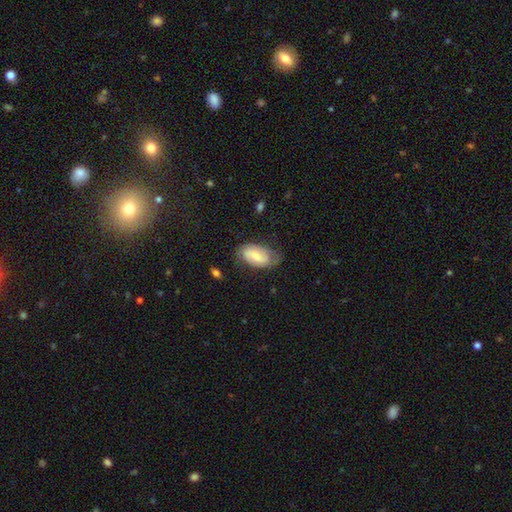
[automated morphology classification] smooth_or_featured: featured or disk (p=0.50) [alt: smooth p=0.43]
disk_edge_on: no (p=0.95) [alt: yes p=0.05]
merging: none (p=0.61) [alt: minor disturbance p=0.28]